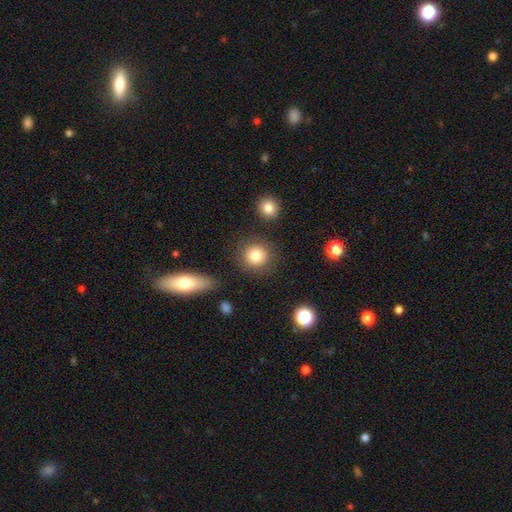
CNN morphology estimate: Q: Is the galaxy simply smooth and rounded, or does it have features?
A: smooth — 82%.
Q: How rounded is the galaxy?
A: round — 91%.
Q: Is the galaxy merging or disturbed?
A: none — 84%.